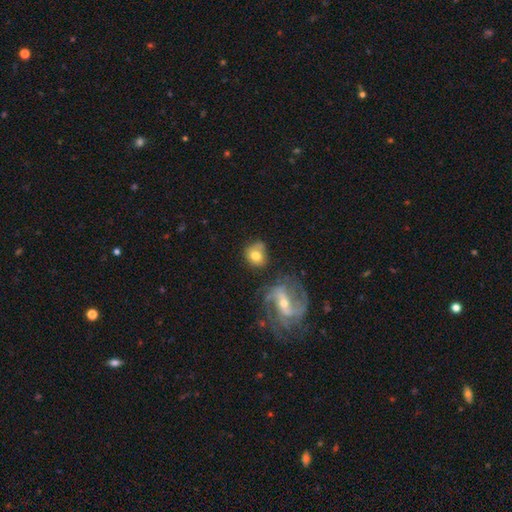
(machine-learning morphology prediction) Smooth or featured? smooth (65%)
How rounded? round (72%)
Merging? none (60%)